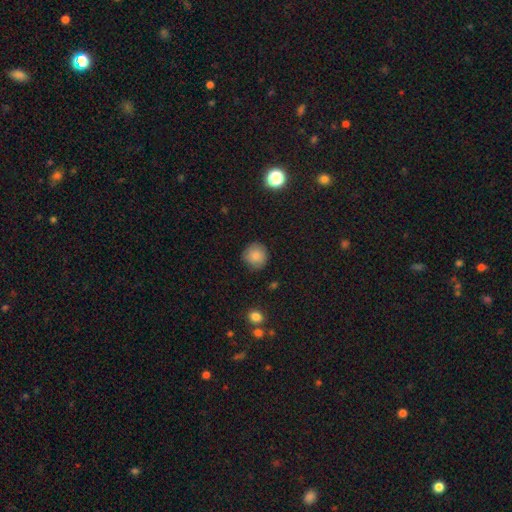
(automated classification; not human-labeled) smooth-or-featured: smooth: 85% | star or artifact: 9% | featured or disk: 6%
  how-rounded: round: 92% | in between: 7% | cigar-shaped: 1%
  merging: none: 86% | minor disturbance: 11% | major disturbance: 3% | merger: 1%